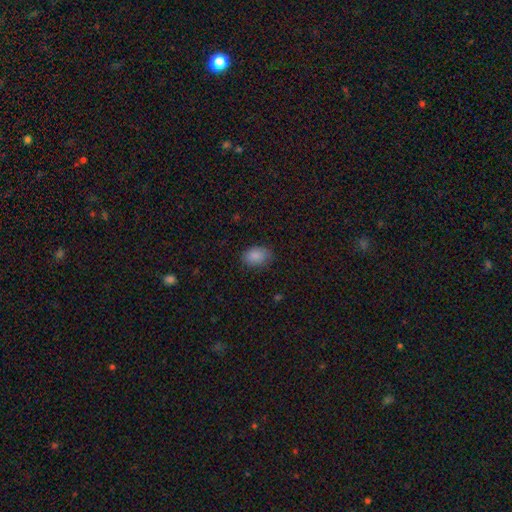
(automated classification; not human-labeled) The model was most divided on "merging": none: 79%, minor disturbance: 17%, major disturbance: 4%, merger: 1%. More confident: smooth or featured — smooth (87%); how rounded — in between (82%).